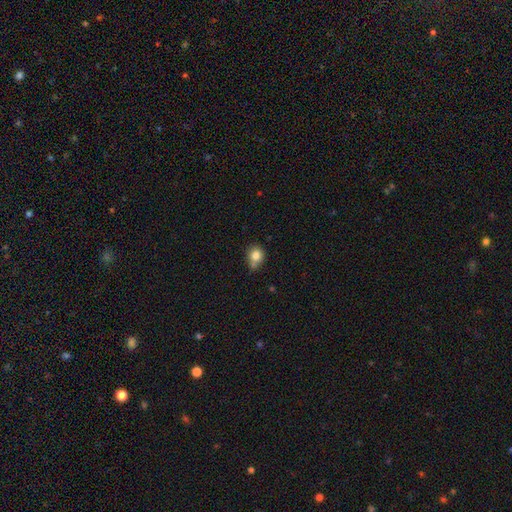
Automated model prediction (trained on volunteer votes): A smooth galaxy with no disk features (80%) that is round (72%). Merging: none (51%).